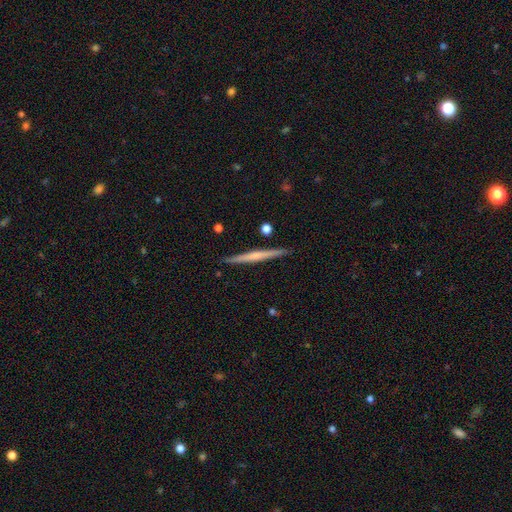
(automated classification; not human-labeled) Q: Smooth or featured?
A: featured or disk (57%); runner-up: smooth (38%)
Q: Edge-on disk?
A: yes (98%); runner-up: no (2%)
Q: Edge-on bulge?
A: none (60%); runner-up: rounded (31%)
Q: Merging?
A: none (91%); runner-up: minor disturbance (7%)